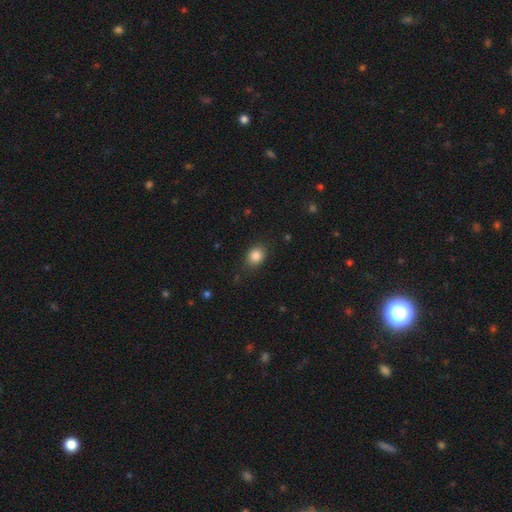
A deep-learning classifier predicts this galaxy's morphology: Smooth or featured? Predicted: smooth (p=0.85). How rounded? Predicted: in between (p=0.55). Merging? Predicted: none (p=0.84).